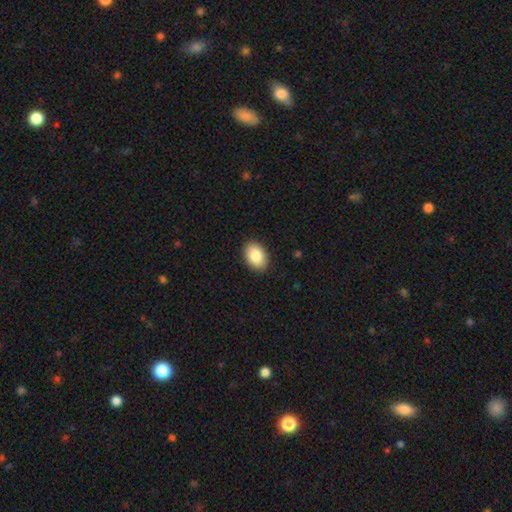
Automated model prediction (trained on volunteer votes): Smooth or featured? Predicted: smooth (p=0.87). How rounded? Predicted: in between (p=0.87). Merging? Predicted: none (p=0.90).